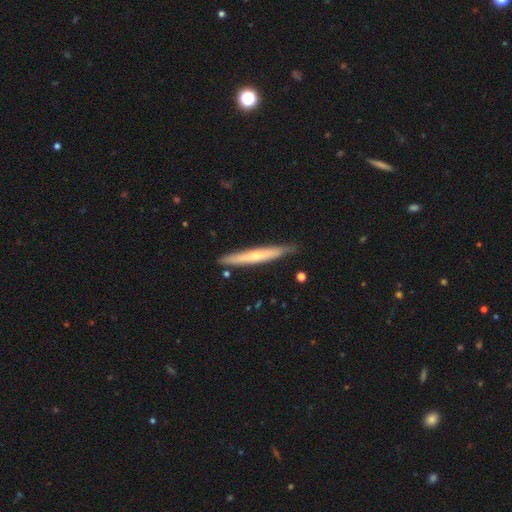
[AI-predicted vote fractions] Smooth or featured: featured or disk — 54% (smooth — 40%)
Edge-on disk: yes — 92% (no — 8%)
Edge-on bulge: rounded — 63% (none — 34%)
Merging: none — 85% (minor disturbance — 12%)